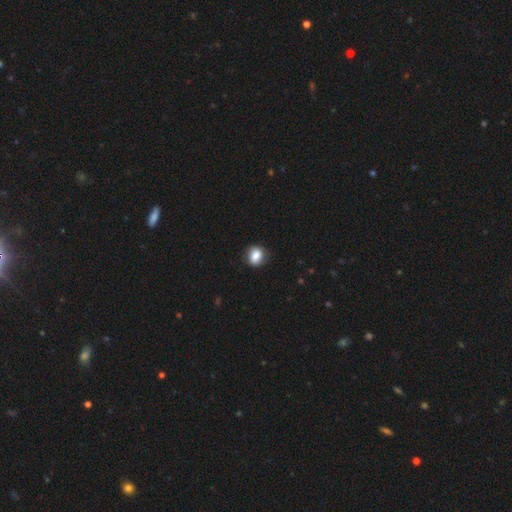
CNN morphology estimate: A smooth galaxy with no disk features (83%) that is round (51%). Merging: none (81%).